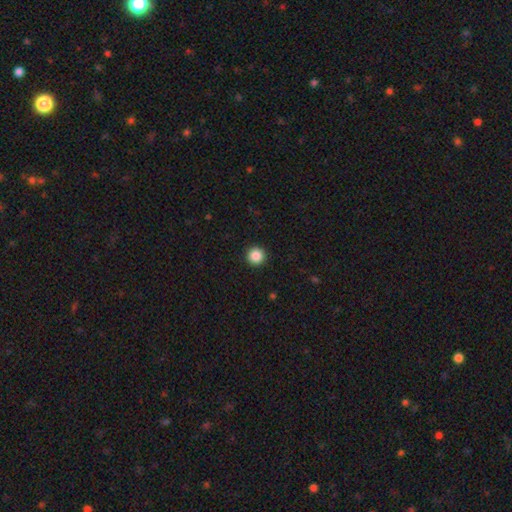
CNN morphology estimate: Q: Smooth or featured?
A: smooth (87%); runner-up: star or artifact (10%)
Q: How rounded?
A: round (96%); runner-up: in between (3%)
Q: Merging?
A: none (93%); runner-up: minor disturbance (4%)